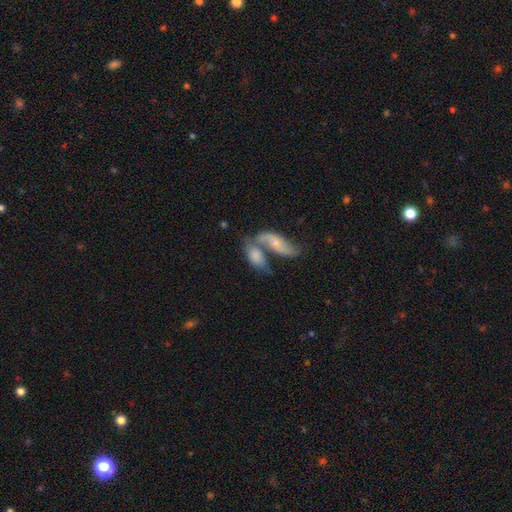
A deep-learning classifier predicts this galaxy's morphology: Smooth or featured?
  - smooth: 63% *
  - featured or disk: 30%
  - star or artifact: 7%
How rounded?
  - in between: 84% *
  - cigar-shaped: 11%
  - round: 5%
Merging?
  - merger: 65% *
  - none: 19%
  - minor disturbance: 9%
  - major disturbance: 7%